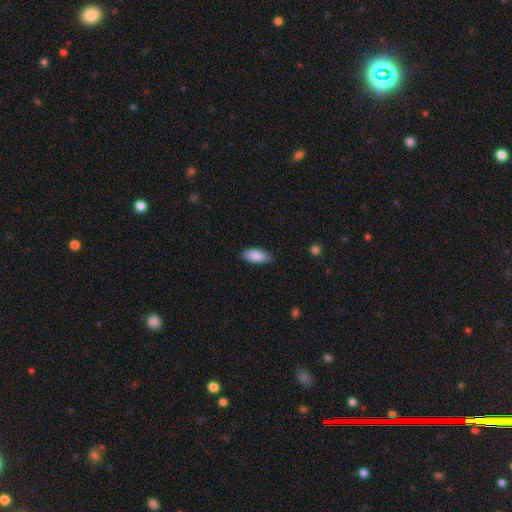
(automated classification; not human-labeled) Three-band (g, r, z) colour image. It shows a smooth galaxy with no disk features (87%) that is in between round and cigar-shaped (88%). Merging: none (78%).